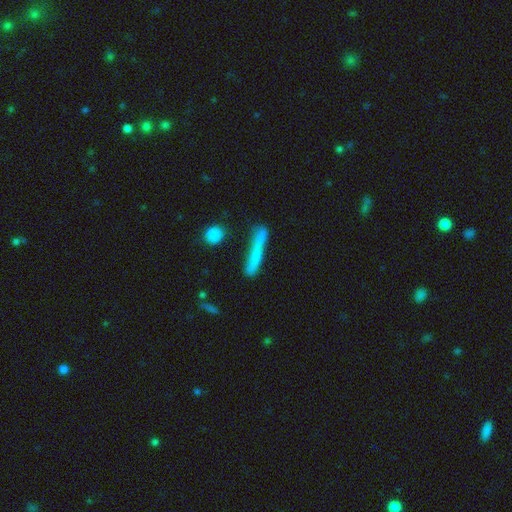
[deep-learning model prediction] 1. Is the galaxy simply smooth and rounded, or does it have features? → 64% smooth, 29% featured or disk, 8% star or artifact.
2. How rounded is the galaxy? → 92% cigar-shaped, 6% in between, 2% round.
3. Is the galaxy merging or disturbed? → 60% none, 22% minor disturbance, 10% major disturbance, 8% merger.